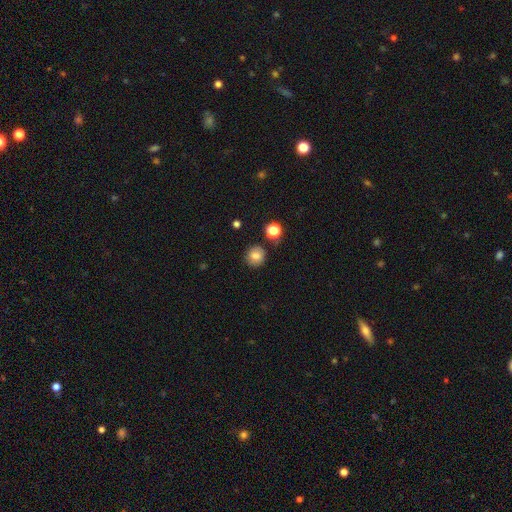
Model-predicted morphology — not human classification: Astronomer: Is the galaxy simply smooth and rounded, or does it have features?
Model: smooth — 80%.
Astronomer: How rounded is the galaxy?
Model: round — 90%.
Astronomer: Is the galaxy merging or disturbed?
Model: none — 84%.